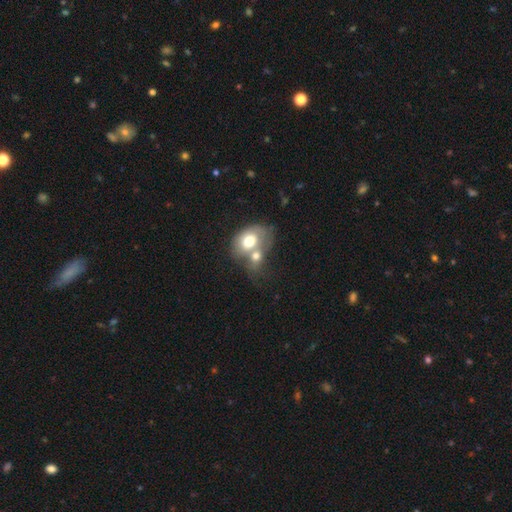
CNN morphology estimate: smooth-or-featured: smooth: 65% | featured or disk: 28% | star or artifact: 8%
  how-rounded: in between: 64% | round: 35% | cigar-shaped: 1%
  merging: merger: 70% | none: 16% | minor disturbance: 8% | major disturbance: 6%